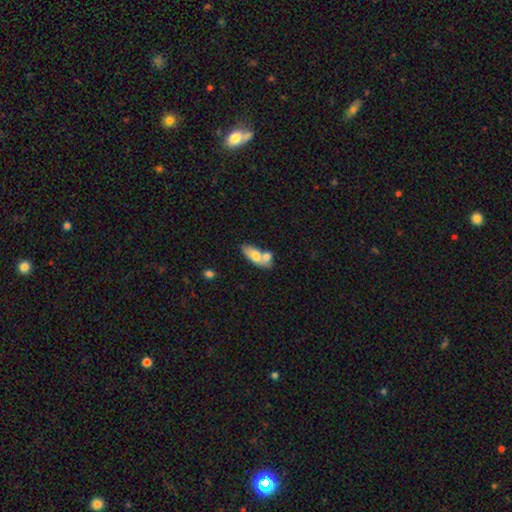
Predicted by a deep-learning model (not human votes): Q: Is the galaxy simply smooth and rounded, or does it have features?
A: smooth — 69%.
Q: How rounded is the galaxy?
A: in between — 81%.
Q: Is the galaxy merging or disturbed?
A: merger — 52%.